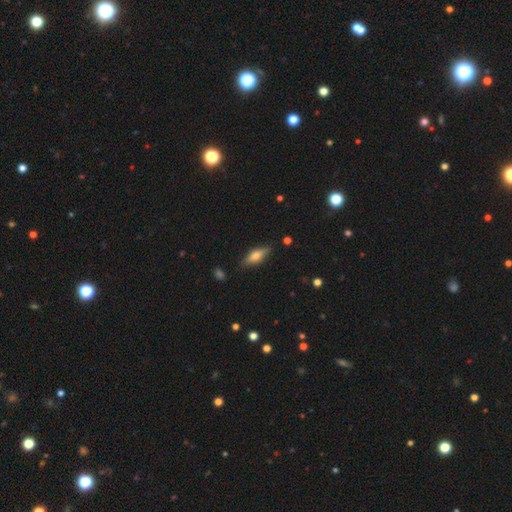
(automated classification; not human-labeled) A smooth galaxy with no disk features (61%) that is in between round and cigar-shaped (58%). Merging: none (83%).